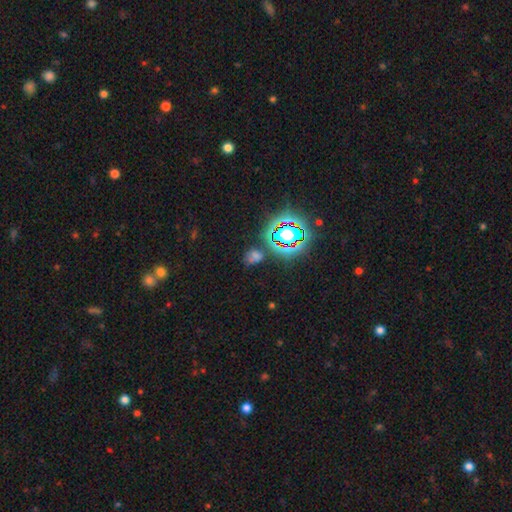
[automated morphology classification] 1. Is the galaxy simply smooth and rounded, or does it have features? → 48% star or artifact, 40% smooth, 12% featured or disk.